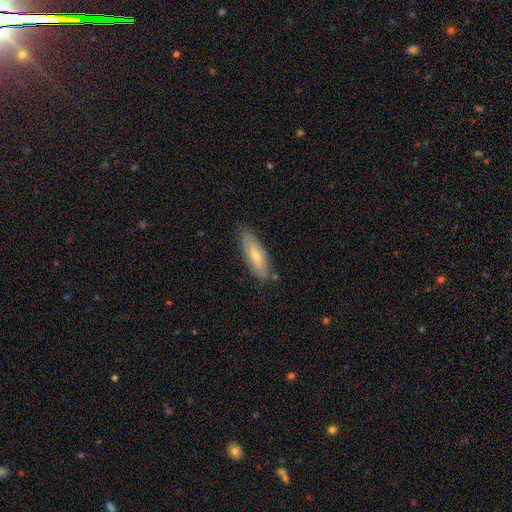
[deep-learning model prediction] Smooth or featured?
  - smooth: 54% *
  - featured or disk: 40%
  - star or artifact: 6%
How rounded?
  - in between: 67% *
  - cigar-shaped: 31%
  - round: 2%
Merging?
  - none: 76% *
  - minor disturbance: 19%
  - major disturbance: 3%
  - merger: 2%